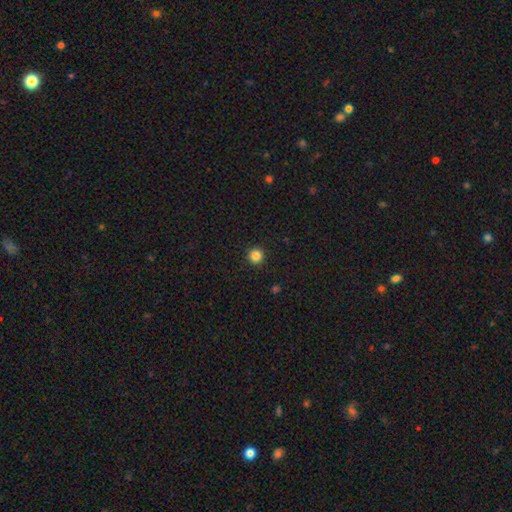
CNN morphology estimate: The model was most divided on "smooth or featured": smooth: 85%, star or artifact: 12%, featured or disk: 4%. More confident: how rounded — round (95%); merging — none (93%).